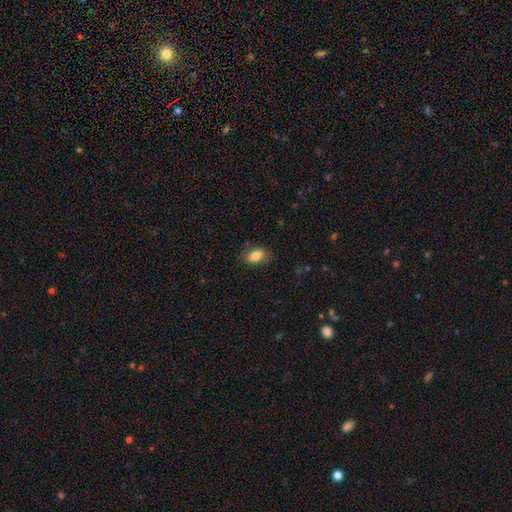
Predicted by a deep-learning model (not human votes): Smooth or featured?
  - smooth: 82% *
  - featured or disk: 10%
  - star or artifact: 8%
How rounded?
  - in between: 86% *
  - round: 12%
  - cigar-shaped: 2%
Merging?
  - none: 79% *
  - minor disturbance: 16%
  - major disturbance: 4%
  - merger: 1%